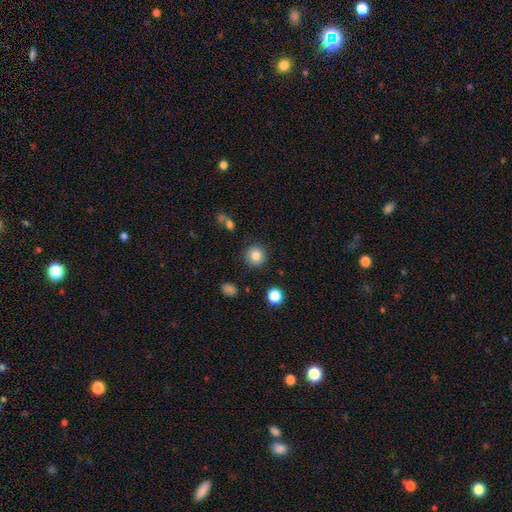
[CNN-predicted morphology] A smooth galaxy with no disk features (83%) that is round (93%). Merging: none (89%).